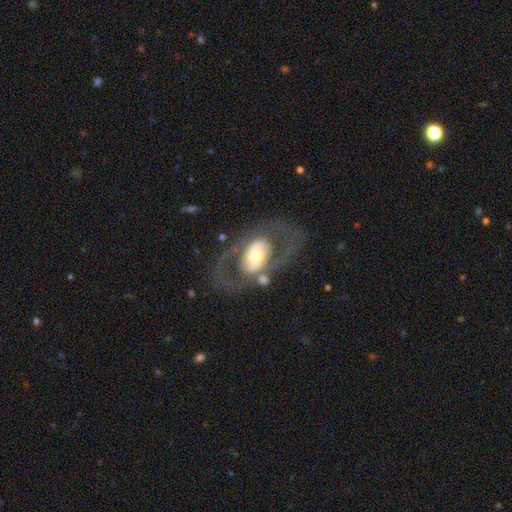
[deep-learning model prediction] featured or disk 69%, smooth 25%, star or artifact 6%. Down the decision tree: edge-on disk — no (92%); bar — no (60%); spiral arms — no (64%); bulge size — moderate (65%); merging — none (64%).